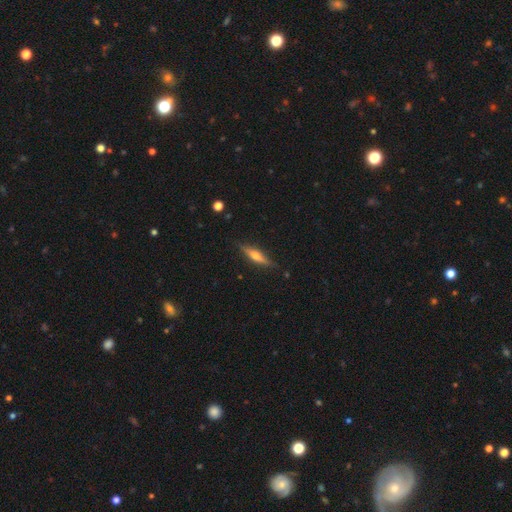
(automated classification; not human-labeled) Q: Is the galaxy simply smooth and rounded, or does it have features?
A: featured or disk — 59%.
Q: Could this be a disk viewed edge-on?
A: yes — 95%.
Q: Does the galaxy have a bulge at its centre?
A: rounded — 87%.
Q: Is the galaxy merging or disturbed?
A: none — 86%.